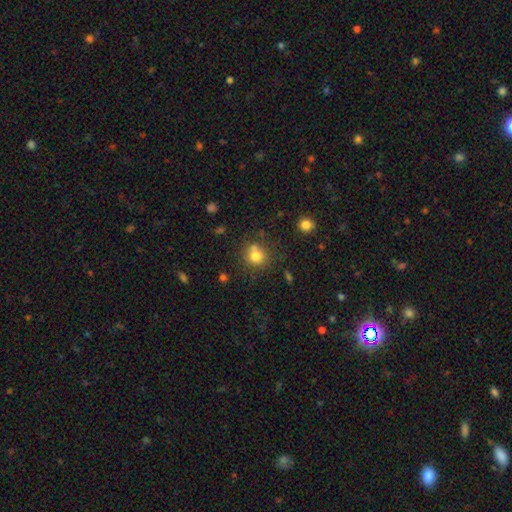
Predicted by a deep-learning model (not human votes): This is likely a smooth galaxy (77%). How rounded: clearly round (85%). Merging: likely none (64%).